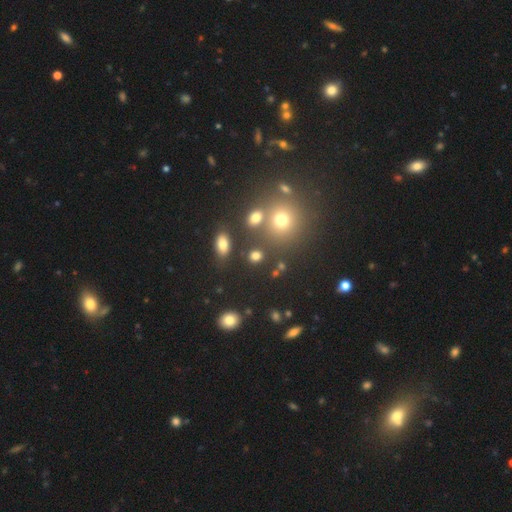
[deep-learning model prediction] Overall: smooth (73%). How rounded: round (60%; in between 38%). Merging: none (72%).